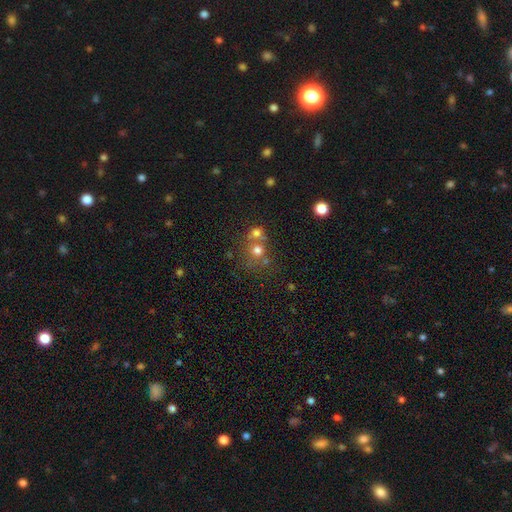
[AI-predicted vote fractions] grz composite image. It shows a smooth galaxy with no disk features (56%) that is round (82%). Merging: none (46%).